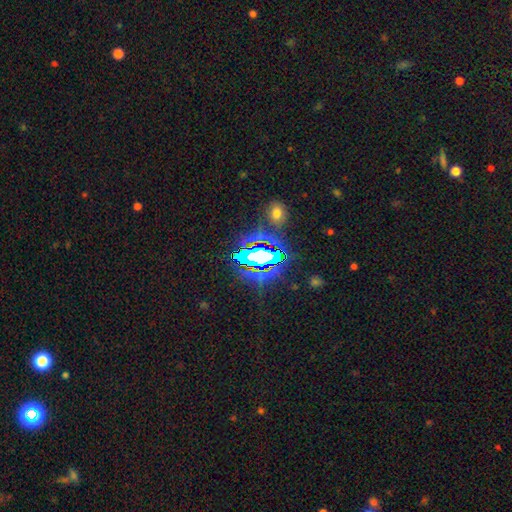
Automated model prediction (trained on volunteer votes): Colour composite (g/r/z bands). It shows a star or artifact, not a galaxy (81%).